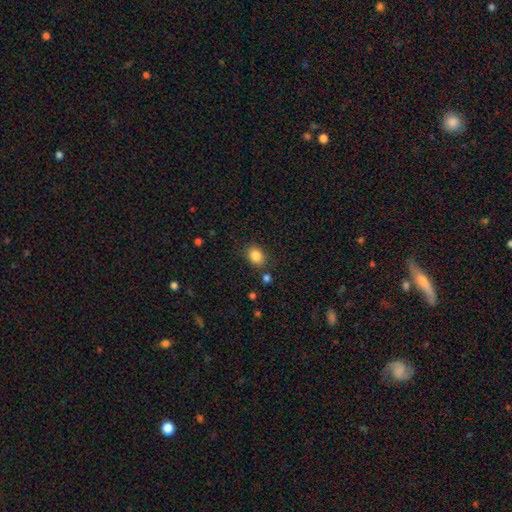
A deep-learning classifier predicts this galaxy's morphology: This is clearly a smooth galaxy (85%). How rounded: possibly in between (53%). Merging: clearly none (81%).